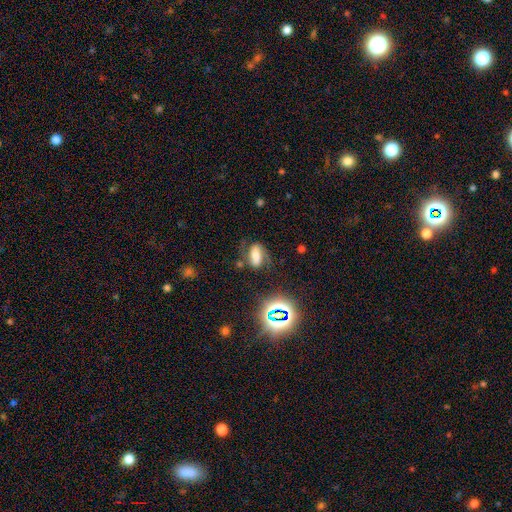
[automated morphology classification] This appears to be a smooth galaxy with no disk features (42%). Merging: none (60%).